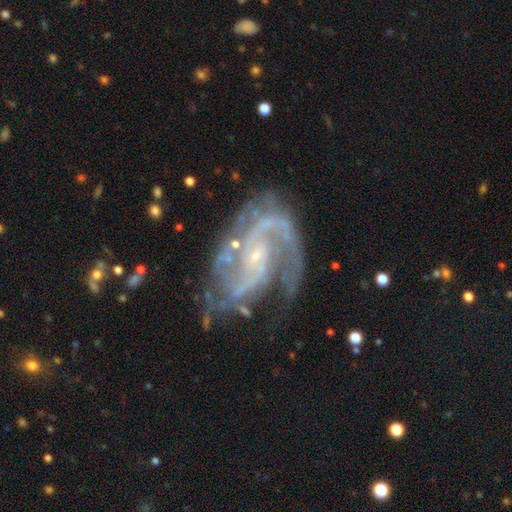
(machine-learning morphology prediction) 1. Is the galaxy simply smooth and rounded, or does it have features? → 90% featured or disk, 6% star or artifact, 4% smooth.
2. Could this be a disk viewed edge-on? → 98% no, 2% yes.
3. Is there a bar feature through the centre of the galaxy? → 47% no, 38% weak, 15% strong.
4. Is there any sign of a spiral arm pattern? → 97% yes, 3% no.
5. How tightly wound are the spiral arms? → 51% medium, 28% tight, 21% loose.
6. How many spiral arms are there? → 55% 2, 14% can't tell, 14% 3, 7% 1, 6% 4, 5% more than 4.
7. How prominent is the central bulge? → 81% small, 11% moderate, 6% none, 1% large, 1% dominant.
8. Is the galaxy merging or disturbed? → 56% none, 22% minor disturbance, 19% major disturbance, 4% merger.